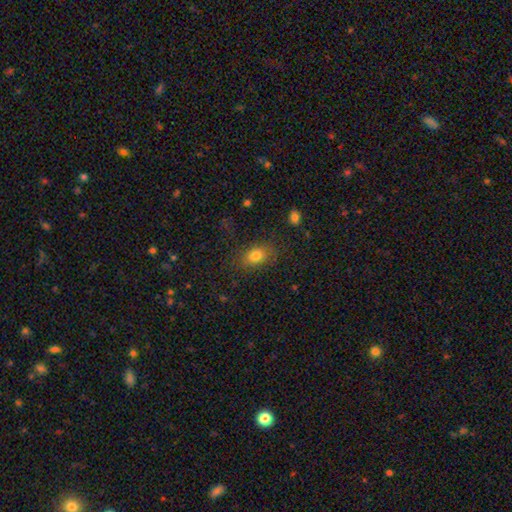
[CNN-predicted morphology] Smooth or featured? smooth (79%)
How rounded? in between (77%)
Merging? none (76%)